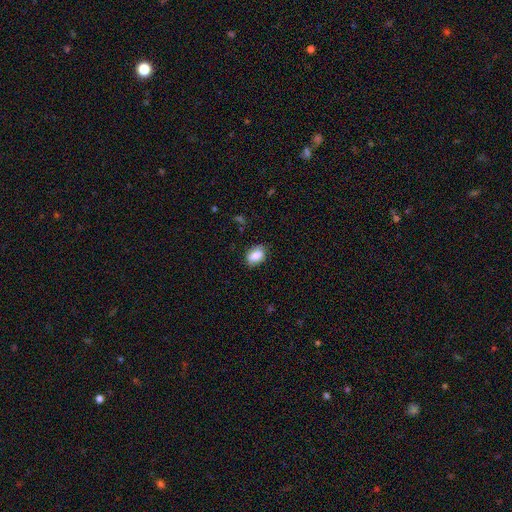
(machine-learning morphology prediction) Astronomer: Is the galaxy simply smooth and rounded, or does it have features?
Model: smooth — 81%.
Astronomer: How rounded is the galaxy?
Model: in between — 82%.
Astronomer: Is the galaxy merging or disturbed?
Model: none — 75%.